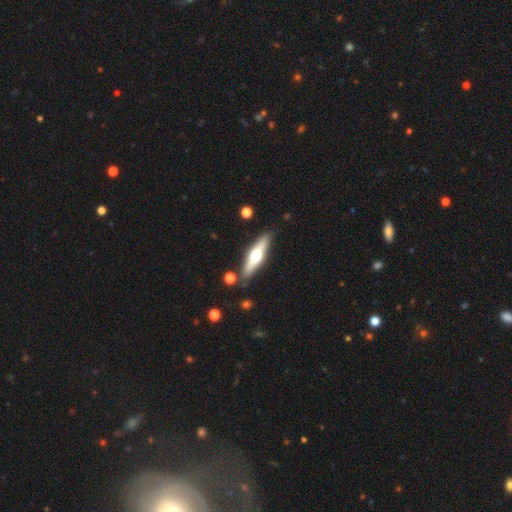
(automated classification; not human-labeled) Morphology: type=featured or disk (57%); edge-on=yes (92%); edge-on bulge=rounded (94%); merging=none (86%).